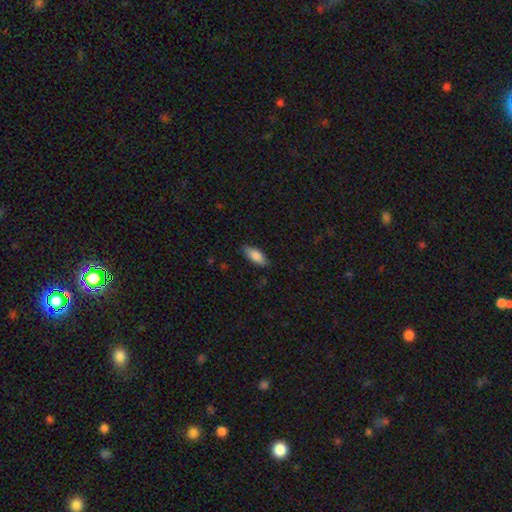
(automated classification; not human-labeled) A smooth galaxy with no disk features (84%) that is in between round and cigar-shaped (76%). Merging: none (83%).